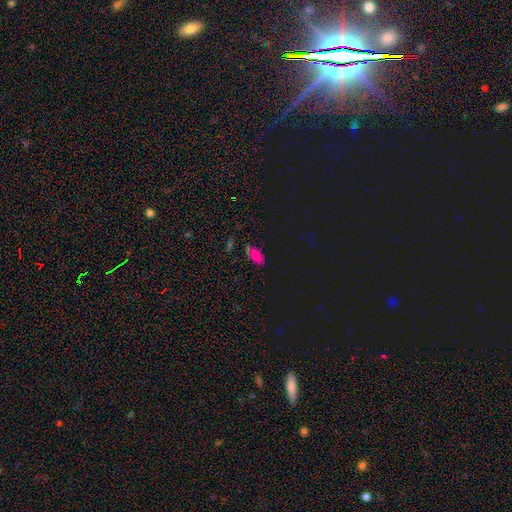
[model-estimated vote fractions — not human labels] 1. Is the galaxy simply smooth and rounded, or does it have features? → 55% smooth, 32% star or artifact, 13% featured or disk.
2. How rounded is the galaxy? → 90% in between, 6% round, 4% cigar-shaped.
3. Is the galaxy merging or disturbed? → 75% none, 17% minor disturbance, 4% major disturbance, 3% merger.